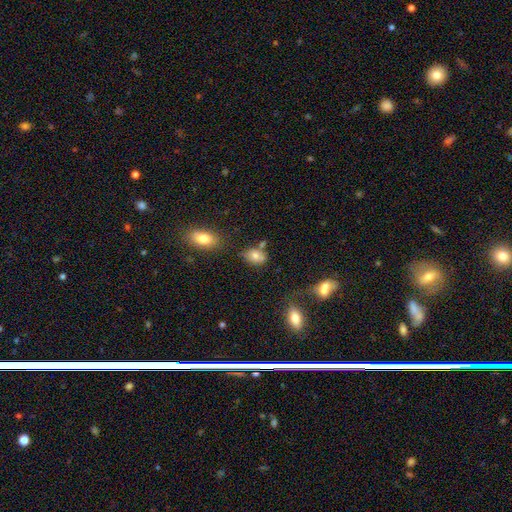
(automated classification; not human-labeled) Overall: smooth (75%). How rounded: in between (76%). Merging: none (59%; minor disturbance 20%).